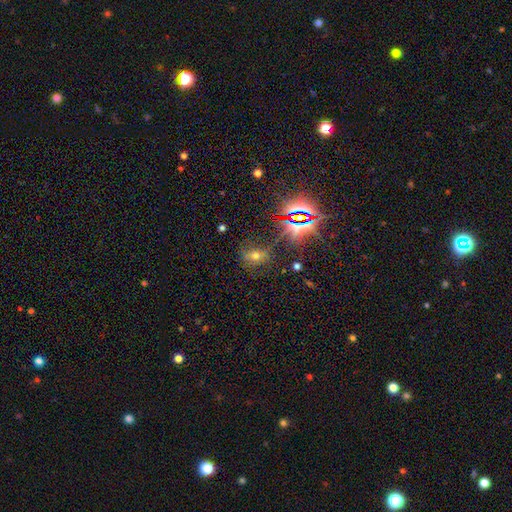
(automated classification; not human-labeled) The model was most divided on "smooth or featured": smooth: 46%, star or artifact: 40%, featured or disk: 14%. More confident: merging — none (71%).